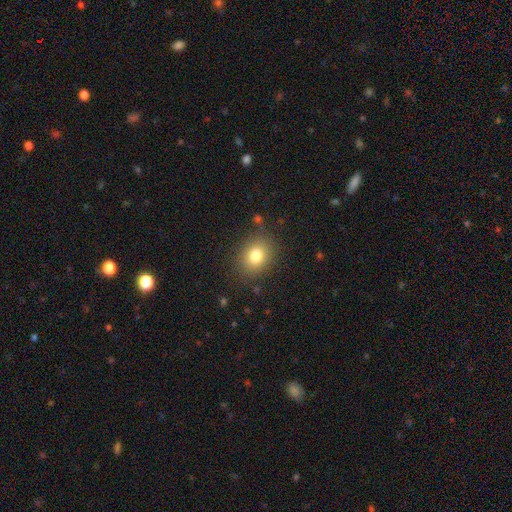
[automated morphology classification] Smooth or featured? smooth (79%)
How rounded? round (57%)
Merging? none (84%)